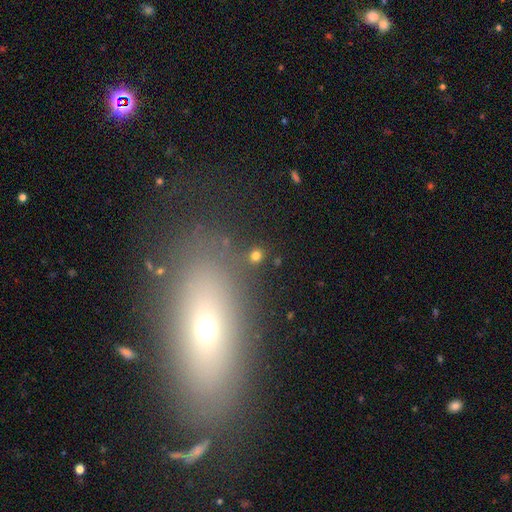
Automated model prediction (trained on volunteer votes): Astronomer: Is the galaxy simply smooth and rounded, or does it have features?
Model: smooth — 76%.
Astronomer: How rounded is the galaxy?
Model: round — 85%.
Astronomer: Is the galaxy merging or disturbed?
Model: none — 84%.